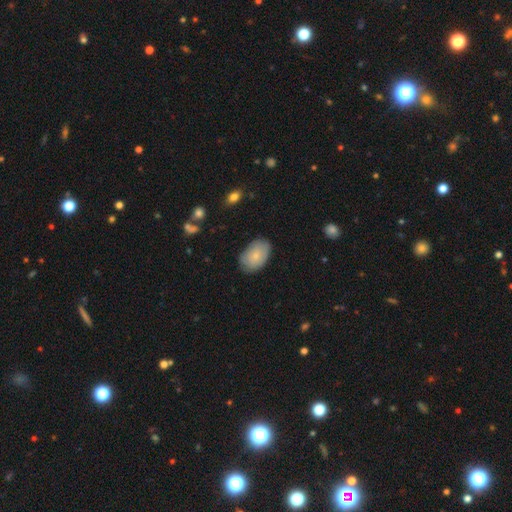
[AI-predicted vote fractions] This appears to be a smooth galaxy with no disk features (76%) that is in between round and cigar-shaped (88%). Merging: none (79%).